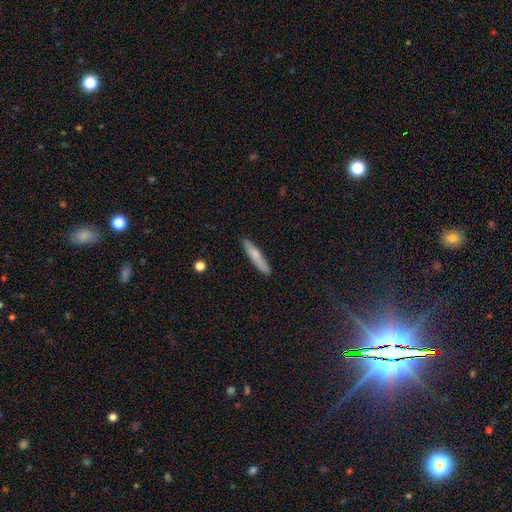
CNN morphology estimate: smooth 71%, featured or disk 23%, star or artifact 6%. Down the decision tree: how rounded — cigar-shaped (91%); merging — none (89%).